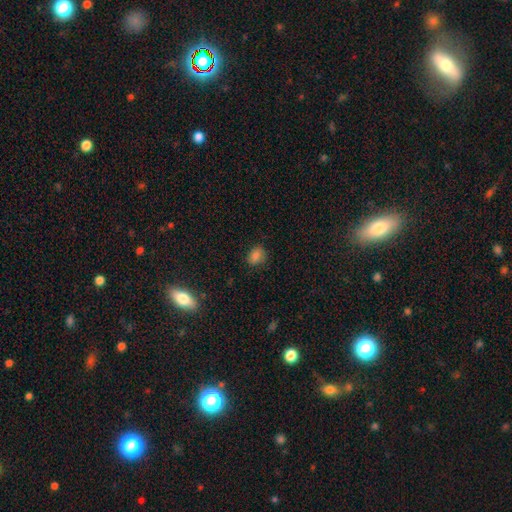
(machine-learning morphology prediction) Smooth or featured? Predicted: smooth (p=0.82). How rounded? Predicted: in between (p=0.57). Merging? Predicted: none (p=0.80).